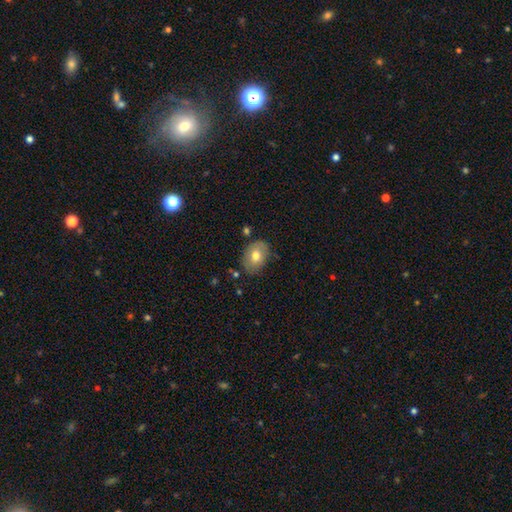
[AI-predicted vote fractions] A smooth galaxy with no disk features (69%) that is in between round and cigar-shaped (73%). Merging: none (74%).